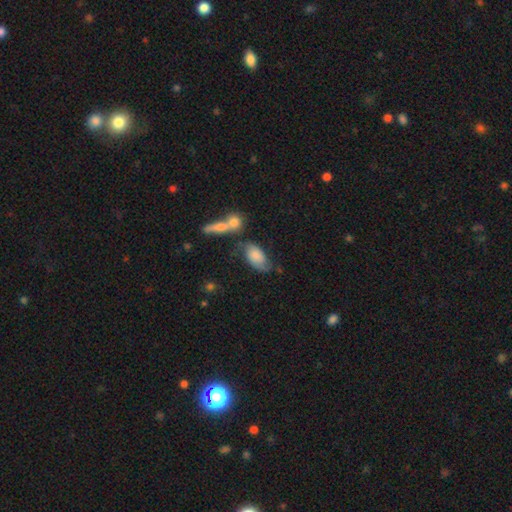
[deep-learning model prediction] This appears to be a smooth galaxy with no disk features (54%) that is in between round and cigar-shaped (90%). Merging: none (44%).